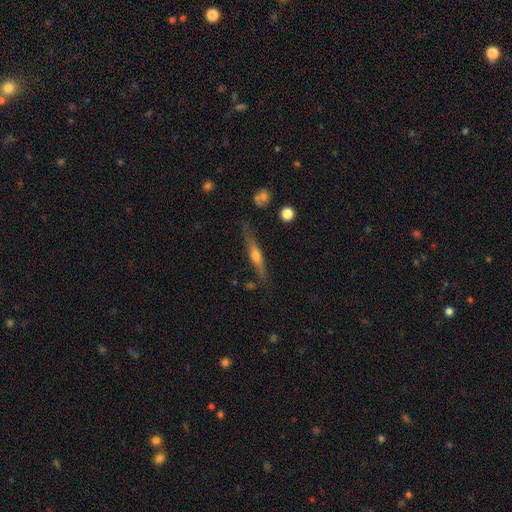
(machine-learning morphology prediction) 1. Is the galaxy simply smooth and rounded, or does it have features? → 58% featured or disk, 35% smooth, 7% star or artifact.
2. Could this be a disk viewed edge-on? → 93% yes, 7% no.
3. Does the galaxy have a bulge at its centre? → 85% rounded, 8% none, 7% boxy.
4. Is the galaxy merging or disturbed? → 76% none, 17% minor disturbance, 5% major disturbance, 3% merger.